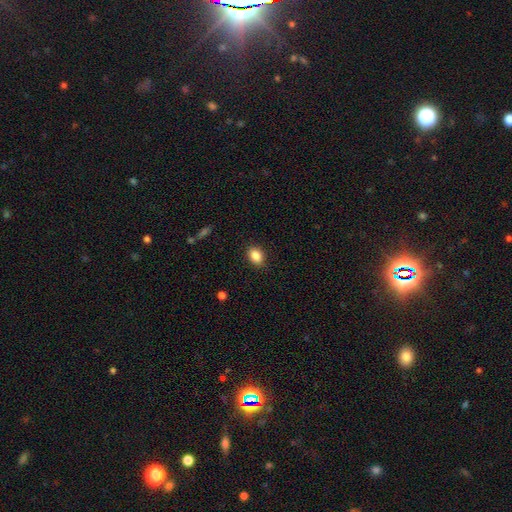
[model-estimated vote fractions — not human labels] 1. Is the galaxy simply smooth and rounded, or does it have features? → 86% smooth, 9% star or artifact, 5% featured or disk.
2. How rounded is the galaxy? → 71% in between, 28% round, 1% cigar-shaped.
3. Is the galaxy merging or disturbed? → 88% none, 9% minor disturbance, 2% major disturbance, 1% merger.